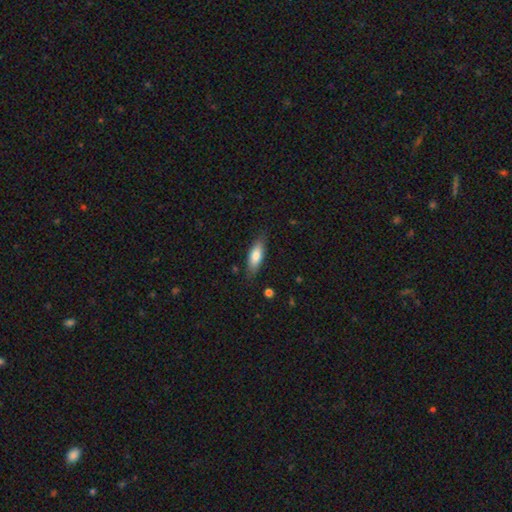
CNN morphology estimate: Smooth or featured? Predicted: smooth (p=0.76). How rounded? Predicted: in between (p=0.63). Merging? Predicted: none (p=0.81).